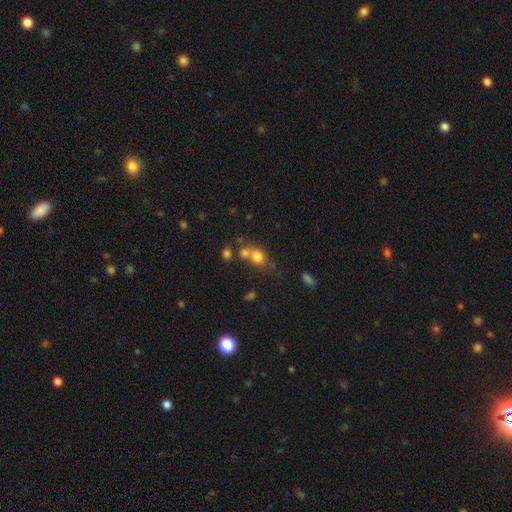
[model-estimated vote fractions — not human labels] This appears to be a smooth galaxy with no disk features (76%) that is round (60%). Merging: merger (42%).